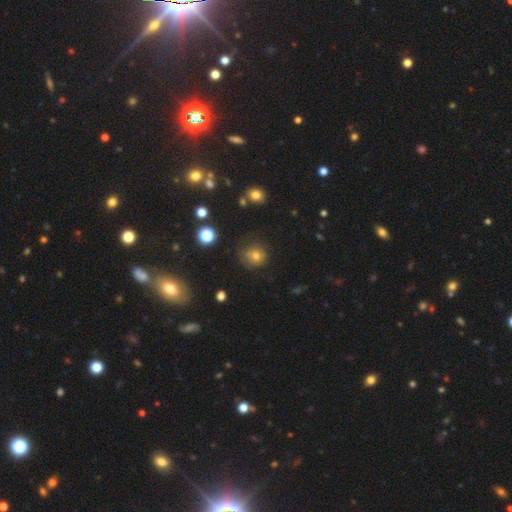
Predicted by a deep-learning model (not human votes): smooth-or-featured: smooth: 71% | star or artifact: 18% | featured or disk: 11%
  how-rounded: round: 80% | in between: 19% | cigar-shaped: 1%
  merging: none: 60% | minor disturbance: 24% | major disturbance: 11% | merger: 4%